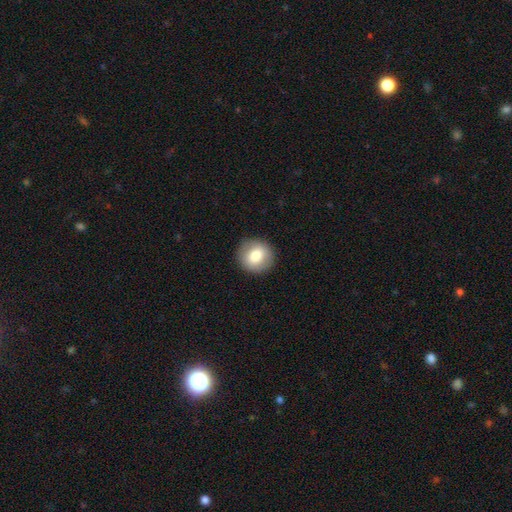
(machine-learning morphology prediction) Smooth or featured? Predicted: smooth (p=0.76). How rounded? Predicted: round (p=0.91). Merging? Predicted: none (p=0.91).